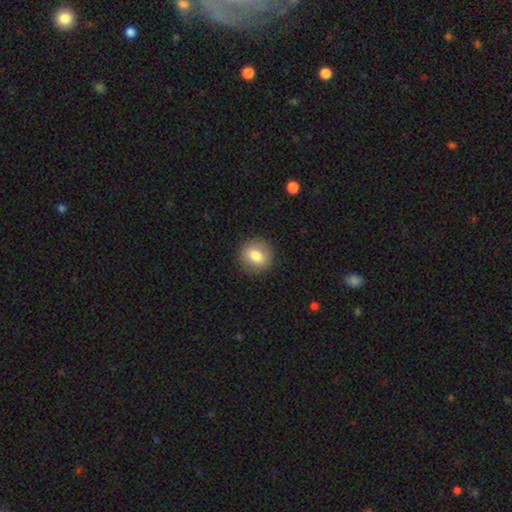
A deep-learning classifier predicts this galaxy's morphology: This appears to be a smooth galaxy with no disk features (78%) that is round (82%). Merging: none (89%).